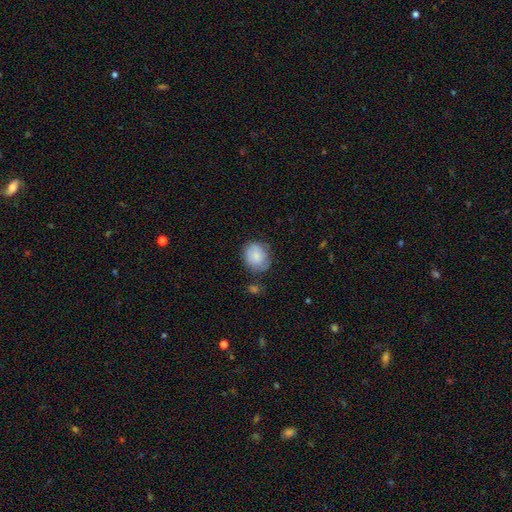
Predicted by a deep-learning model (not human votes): smooth 79%, featured or disk 14%, star or artifact 7%. Down the decision tree: how rounded — round (61%); merging — none (64%).